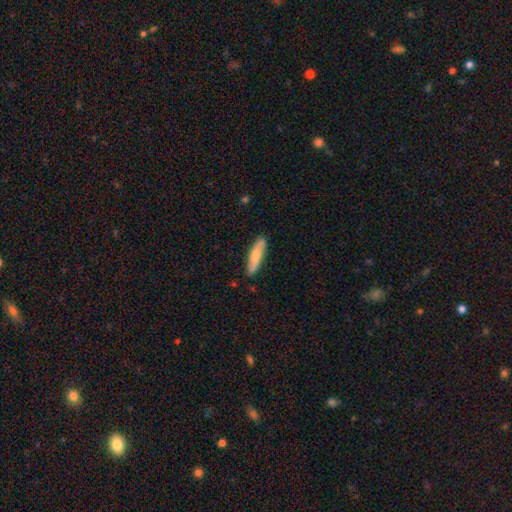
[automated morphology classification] A smooth galaxy with no disk features (68%) that is cigar-shaped (74%). Merging: none (83%).